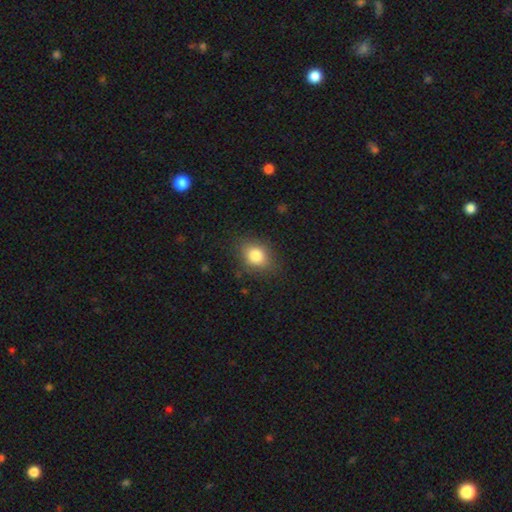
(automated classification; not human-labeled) Smooth or featured?
  - smooth: 82% *
  - star or artifact: 10%
  - featured or disk: 8%
How rounded?
  - in between: 59% *
  - round: 39%
  - cigar-shaped: 1%
Merging?
  - none: 81% *
  - minor disturbance: 14%
  - major disturbance: 4%
  - merger: 1%